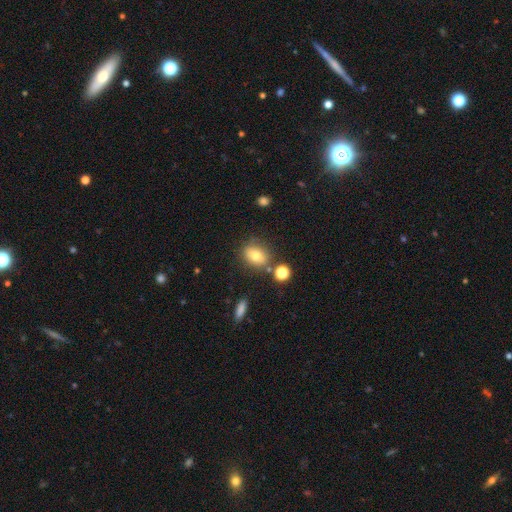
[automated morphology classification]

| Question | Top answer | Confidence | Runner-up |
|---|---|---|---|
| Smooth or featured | smooth | 74% | featured or disk (14%) |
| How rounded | in between | 63% | round (35%) |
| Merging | none | 74% | minor disturbance (13%) |